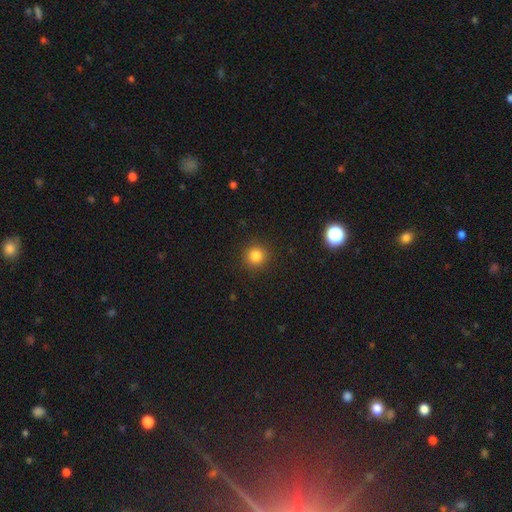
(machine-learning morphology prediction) Smooth or featured? Predicted: smooth (p=0.83). How rounded? Predicted: round (p=0.93). Merging? Predicted: none (p=0.90).